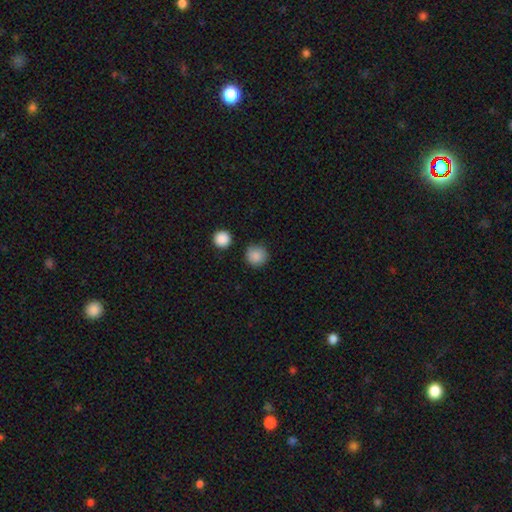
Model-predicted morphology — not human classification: Q: Smooth or featured?
A: smooth (87%); runner-up: star or artifact (9%)
Q: How rounded?
A: round (95%); runner-up: in between (4%)
Q: Merging?
A: none (85%); runner-up: minor disturbance (9%)